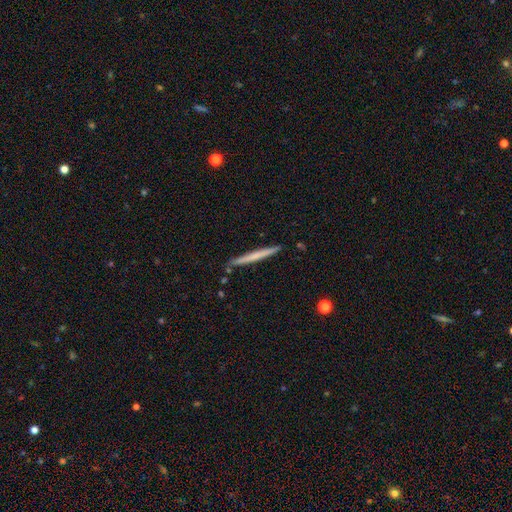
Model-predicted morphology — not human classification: Q: Smooth or featured?
A: smooth (56%); runner-up: featured or disk (39%)
Q: How rounded?
A: cigar-shaped (97%); runner-up: in between (2%)
Q: Merging?
A: none (89%); runner-up: minor disturbance (8%)